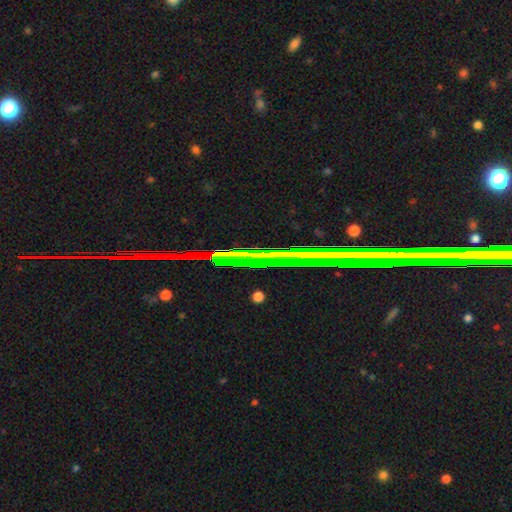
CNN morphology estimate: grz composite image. It shows a star or artifact, not a galaxy (73%).